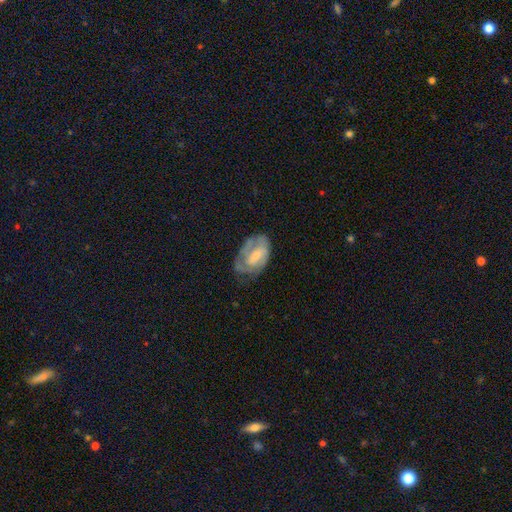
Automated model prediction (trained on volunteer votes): Q: Smooth or featured?
A: featured or disk (60%); runner-up: smooth (33%)
Q: Edge-on disk?
A: no (96%); runner-up: yes (4%)
Q: Bar?
A: weak (45%); runner-up: no (35%)
Q: Spiral arms?
A: yes (71%); runner-up: no (29%)
Q: Bulge size?
A: moderate (32%); tied with: small (32%)
Q: Merging?
A: none (50%); runner-up: minor disturbance (30%)